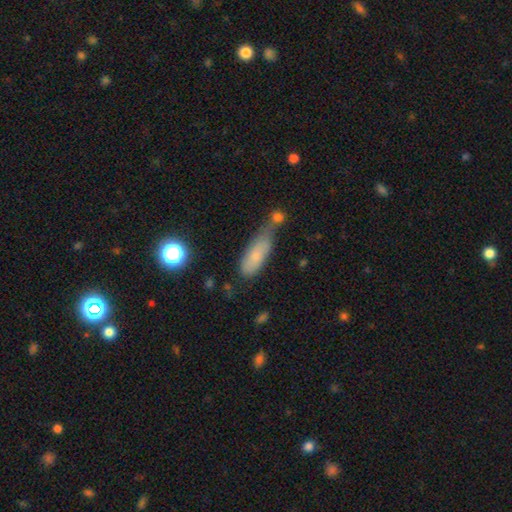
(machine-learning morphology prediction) smooth_or_featured: smooth (p=0.71) [alt: featured or disk p=0.19]
how_rounded: in between (p=0.65) [alt: cigar-shaped p=0.31]
merging: none (p=0.37) [alt: minor disturbance p=0.26]